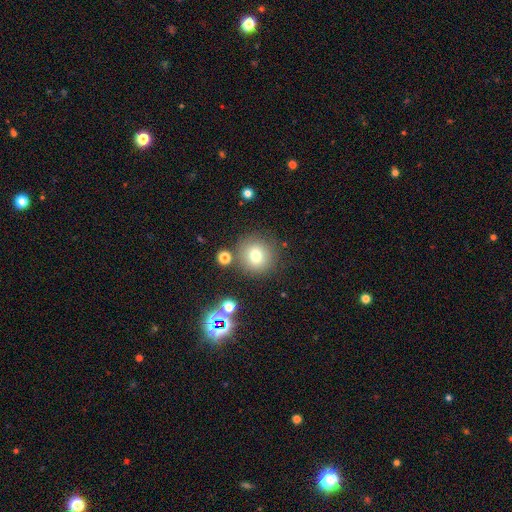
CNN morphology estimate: This is likely a smooth galaxy (74%). How rounded: clearly round (93%). Merging: clearly none (81%).